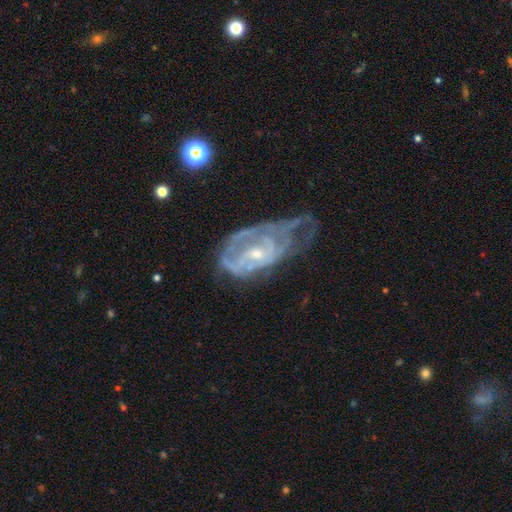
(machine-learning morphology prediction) featured or disk 76%, smooth 14%, star or artifact 10%. Down the decision tree: edge-on disk — no (94%); bar — no (57%); spiral arms — yes (72%); spiral arm count — can't tell (52%); spiral winding — tight (57%); bulge size — small (64%); merging — major disturbance (39%).